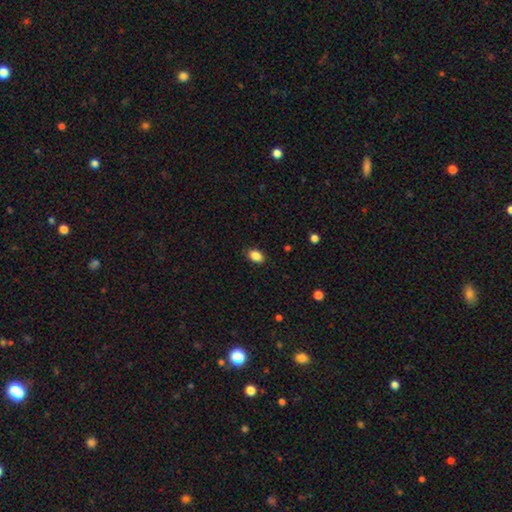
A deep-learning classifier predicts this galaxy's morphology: Smooth or featured? Predicted: smooth (p=0.88). How rounded? Predicted: in between (p=0.84). Merging? Predicted: none (p=0.87).